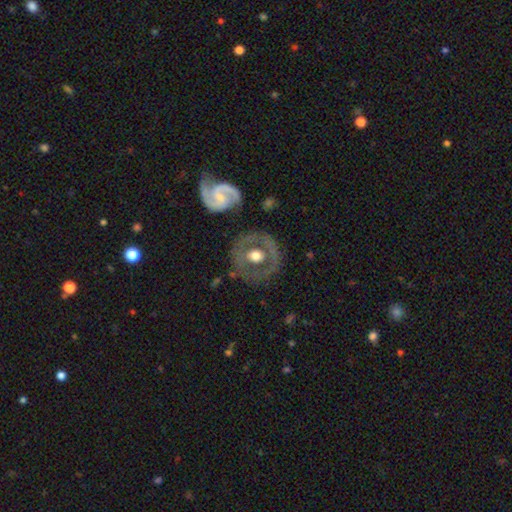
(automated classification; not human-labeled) This appears to be a featured or disk galaxy (58%) with no bar (76%), no spiral arms (77%) and a moderate central bulge (60%). Merging: none (74%).